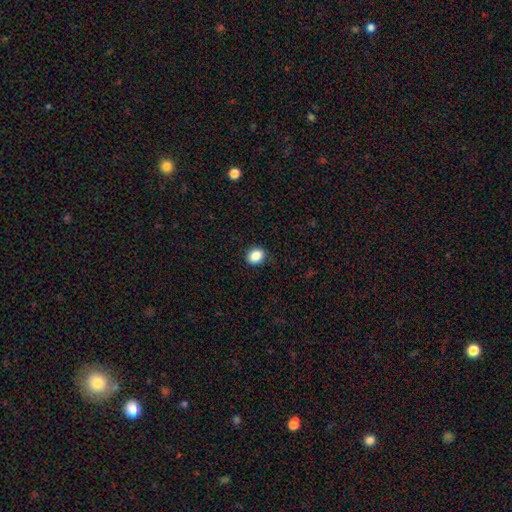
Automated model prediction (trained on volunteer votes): smooth-or-featured: smooth: 87% | star or artifact: 9% | featured or disk: 4%
  how-rounded: round: 54% | in between: 45% | cigar-shaped: 1%
  merging: none: 89% | minor disturbance: 8% | major disturbance: 2% | merger: 1%